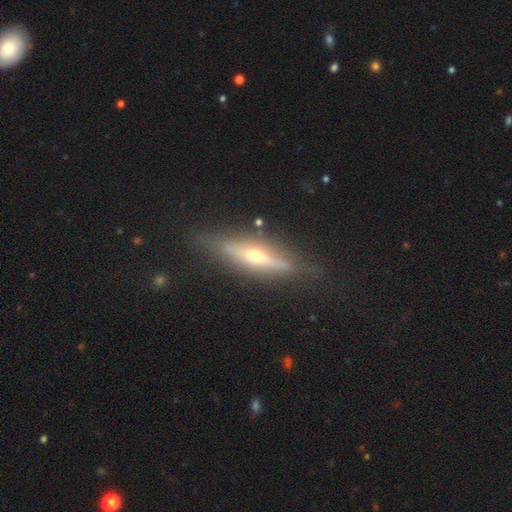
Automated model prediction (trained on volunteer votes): smooth_or_featured: featured or disk (p=0.67) [alt: smooth p=0.26]
disk_edge_on: yes (p=0.91) [alt: no p=0.09]
edge_on_bulge: rounded (p=0.90) [alt: none p=0.06]
merging: none (p=0.81) [alt: minor disturbance p=0.13]